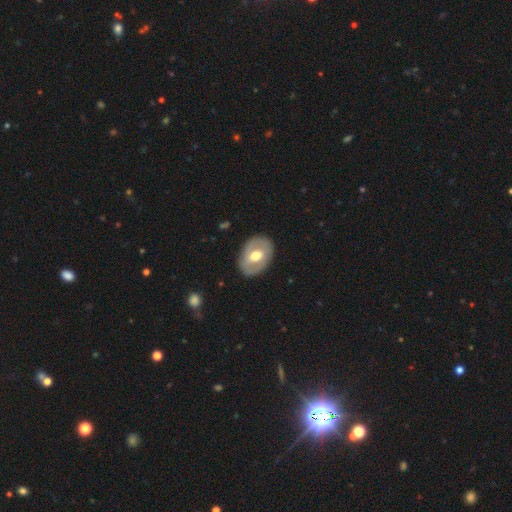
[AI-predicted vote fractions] This appears to be a featured or disk galaxy (51%). Merging: none (84%).